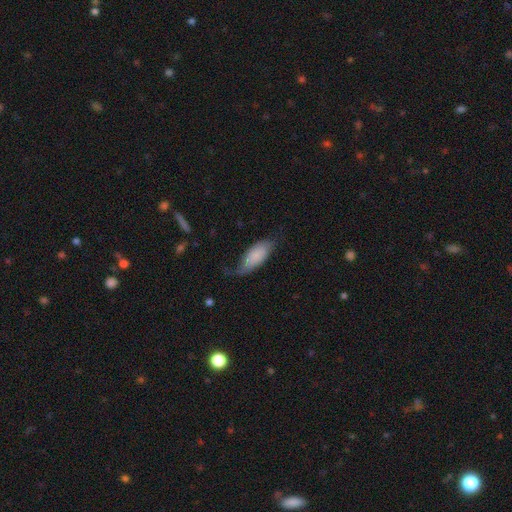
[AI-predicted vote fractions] Overall: smooth (75%). How rounded: in between (84%). Merging: none (40%; minor disturbance 38%).